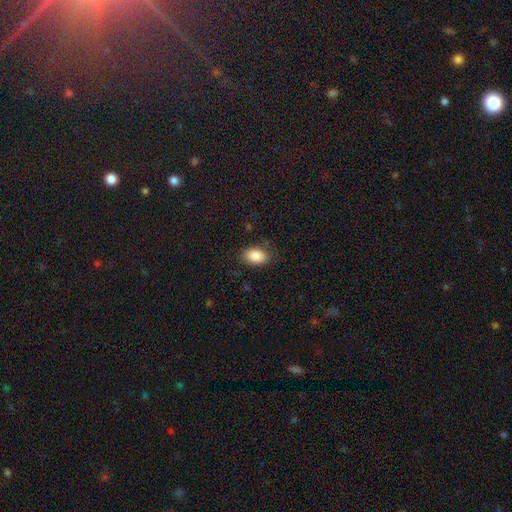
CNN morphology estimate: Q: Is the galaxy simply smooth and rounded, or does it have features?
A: smooth — 87%.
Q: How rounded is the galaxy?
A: in between — 89%.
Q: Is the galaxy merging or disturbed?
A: none — 83%.